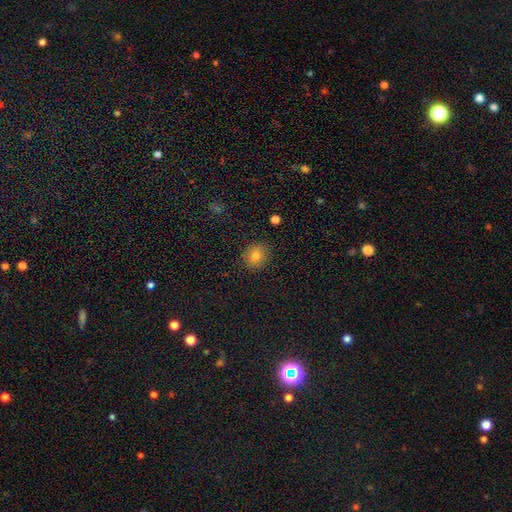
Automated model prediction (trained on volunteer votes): Smooth or featured: smooth — 79% (star or artifact — 12%)
How rounded: round — 79% (in between — 20%)
Merging: none — 90% (minor disturbance — 7%)